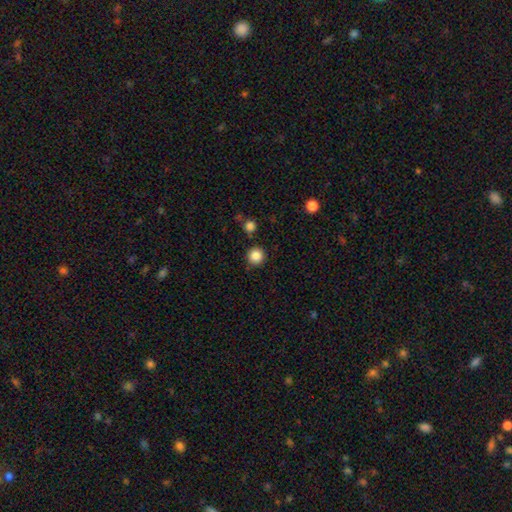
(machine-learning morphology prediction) type=smooth (86%); roundness=round (95%); merging=none (88%).